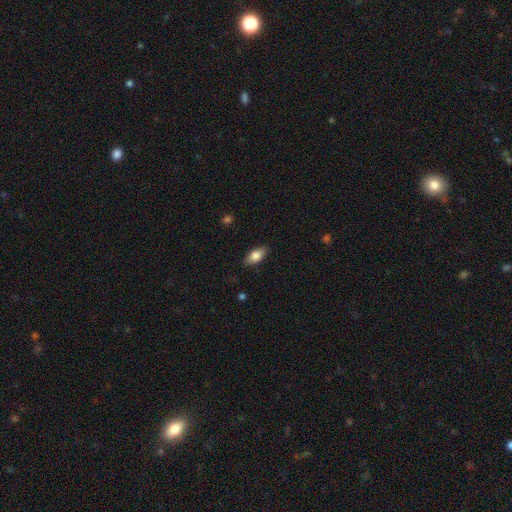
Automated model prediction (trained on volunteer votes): smooth 79%, featured or disk 14%, star or artifact 7%. Down the decision tree: how rounded — in between (87%); merging — none (84%).